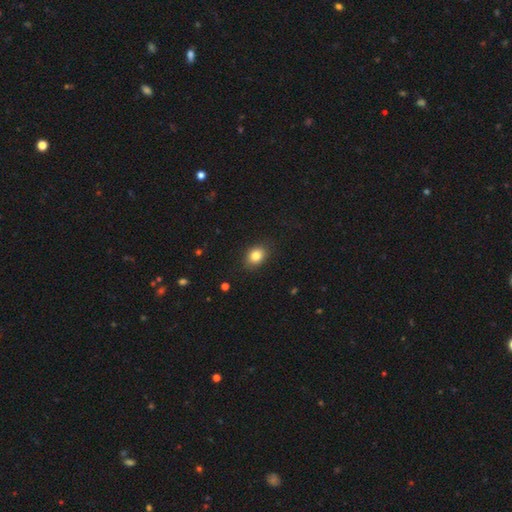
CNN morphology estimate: smooth 83%, star or artifact 10%, featured or disk 7%. Down the decision tree: how rounded — in between (62%); merging — none (87%).